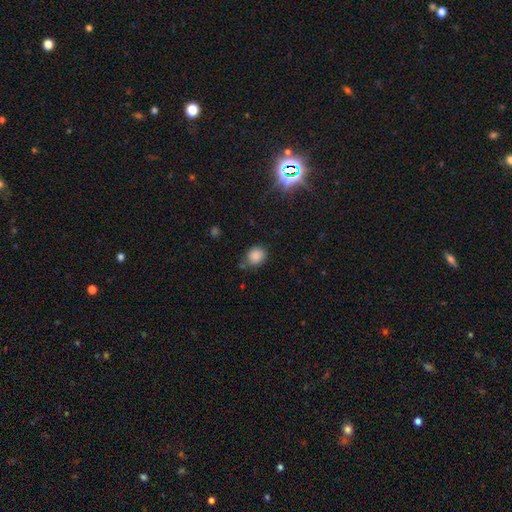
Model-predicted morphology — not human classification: Smooth or featured? Predicted: smooth (p=0.84). How rounded? Predicted: round (p=0.69). Merging? Predicted: none (p=0.71).